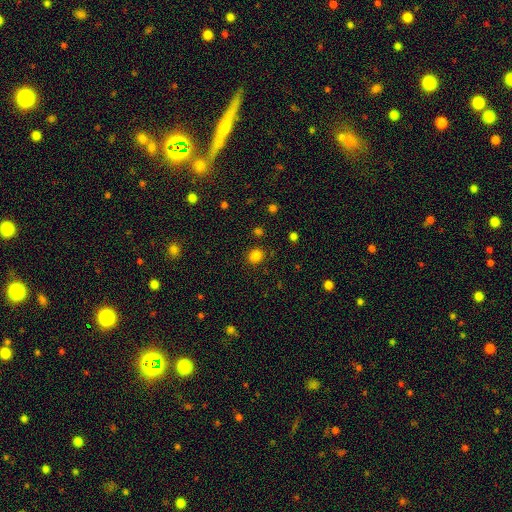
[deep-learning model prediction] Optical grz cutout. It shows a smooth galaxy with no disk features (82%) that is round (79%). Merging: none (88%).